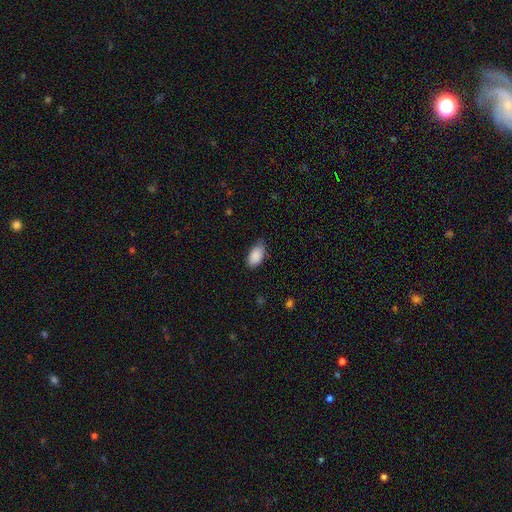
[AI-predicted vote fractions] The model was most divided on "merging": none: 74%, minor disturbance: 22%, major disturbance: 4%, merger: 1%. More confident: how rounded — in between (94%); smooth or featured — smooth (89%).